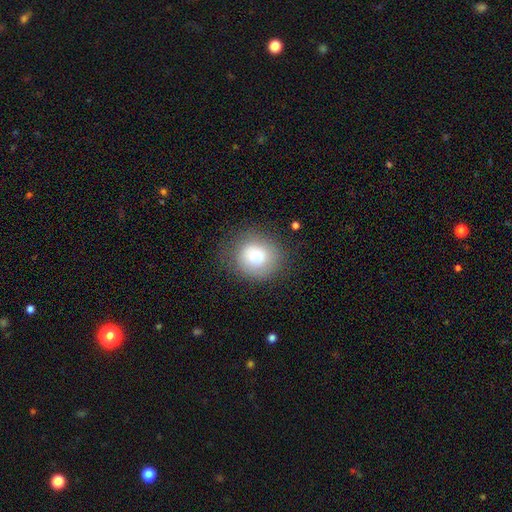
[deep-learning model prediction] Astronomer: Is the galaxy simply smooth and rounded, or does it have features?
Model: smooth — 72%.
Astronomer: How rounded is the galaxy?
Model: round — 87%.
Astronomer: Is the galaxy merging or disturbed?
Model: none — 78%.